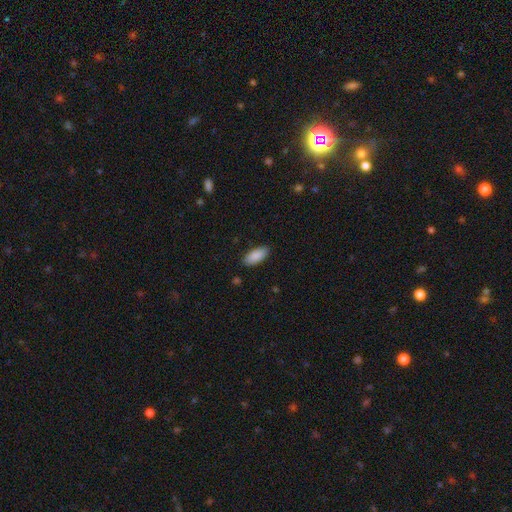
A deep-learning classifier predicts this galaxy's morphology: smooth 90%, star or artifact 6%, featured or disk 4%. Down the decision tree: how rounded — in between (89%); merging — none (87%).